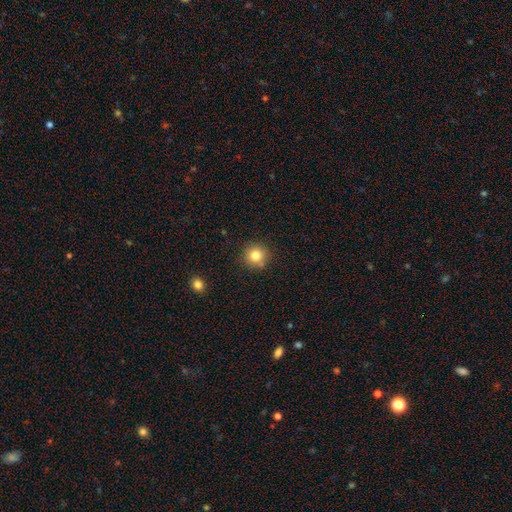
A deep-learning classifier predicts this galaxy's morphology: Overall: smooth (81%). How rounded: round (94%). Merging: none (86%).